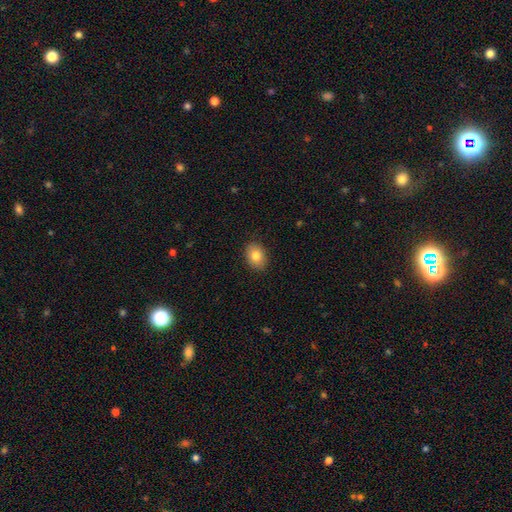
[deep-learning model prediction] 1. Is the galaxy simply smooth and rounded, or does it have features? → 84% smooth, 9% featured or disk, 8% star or artifact.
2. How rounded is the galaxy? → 75% in between, 24% round, 1% cigar-shaped.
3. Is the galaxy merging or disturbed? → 89% none, 8% minor disturbance, 2% major disturbance, 1% merger.